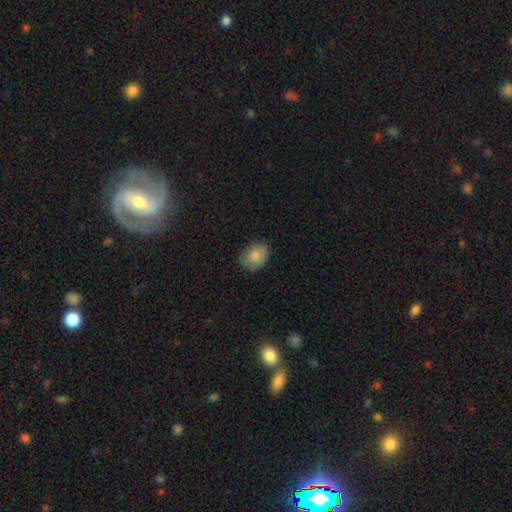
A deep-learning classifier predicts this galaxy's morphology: smooth-or-featured: smooth: 80% | featured or disk: 13% | star or artifact: 7%
  how-rounded: in between: 66% | round: 33% | cigar-shaped: 1%
  merging: none: 74% | minor disturbance: 21% | major disturbance: 4% | merger: 1%